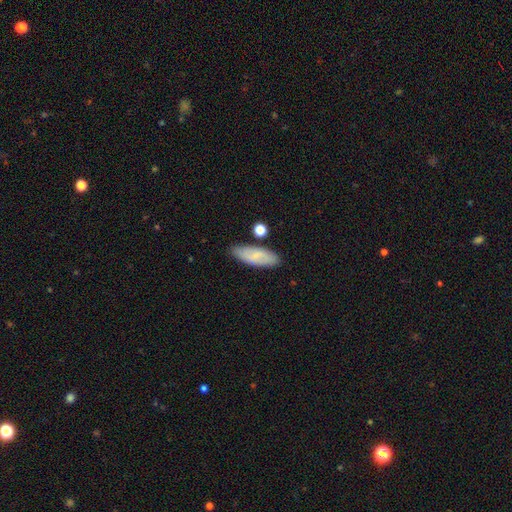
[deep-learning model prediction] A smooth galaxy with no disk features (67%) that is in between round and cigar-shaped (71%).

Vote fractions:
- Smooth or featured? smooth: 67% / featured or disk: 26% / star or artifact: 7%
- How rounded? in between: 71% / cigar-shaped: 26% / round: 3%
- Merging? none: 79% / minor disturbance: 14% / merger: 4% / major disturbance: 3%